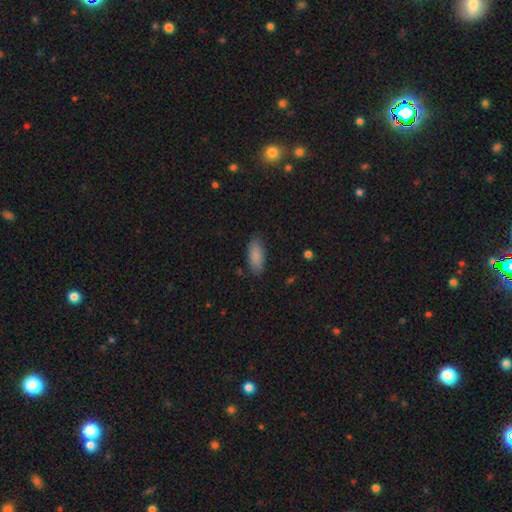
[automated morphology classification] Smooth or featured? smooth (87%)
How rounded? in between (86%)
Merging? none (83%)